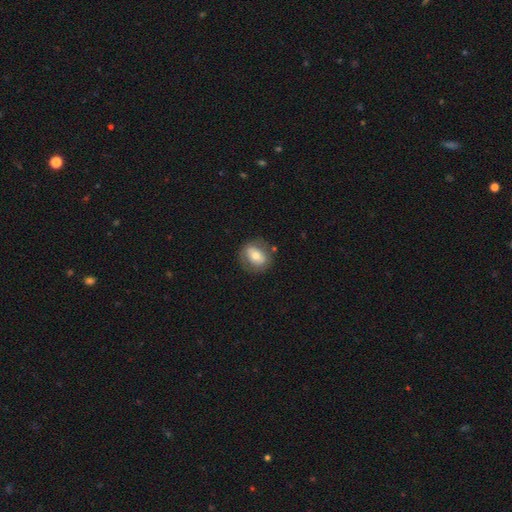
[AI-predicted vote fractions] The model was most divided on "how rounded": in between: 50%, round: 48%, cigar-shaped: 2%. More confident: merging — none (78%); smooth or featured — smooth (60%).